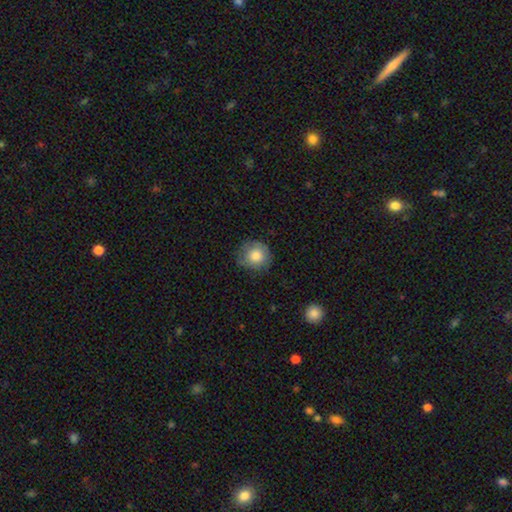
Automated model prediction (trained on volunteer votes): Smooth or featured? Predicted: smooth (p=0.78). How rounded? Predicted: round (p=0.88). Merging? Predicted: none (p=0.68).